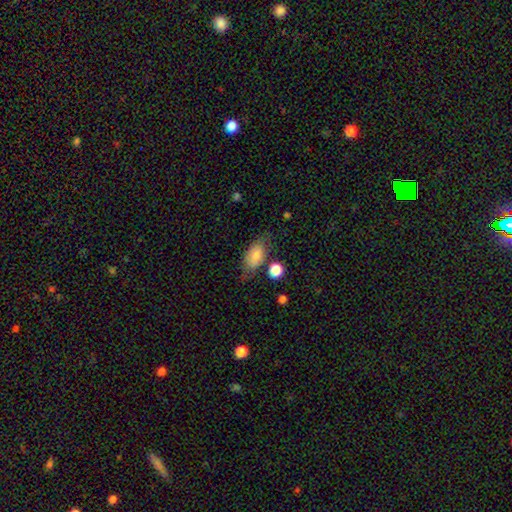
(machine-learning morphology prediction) smooth_or_featured: smooth (p=0.78) [alt: featured or disk p=0.15]
how_rounded: in between (p=0.87) [alt: round p=0.07]
merging: none (p=0.63) [alt: minor disturbance p=0.22]